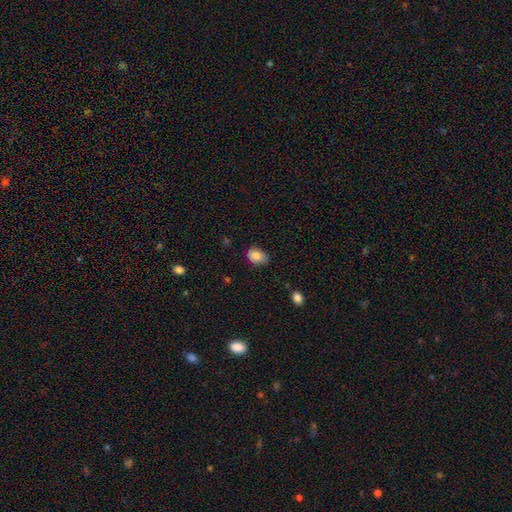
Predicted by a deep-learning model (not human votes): smooth 84%, star or artifact 8%, featured or disk 8%. Down the decision tree: how rounded — in between (80%); merging — none (73%).